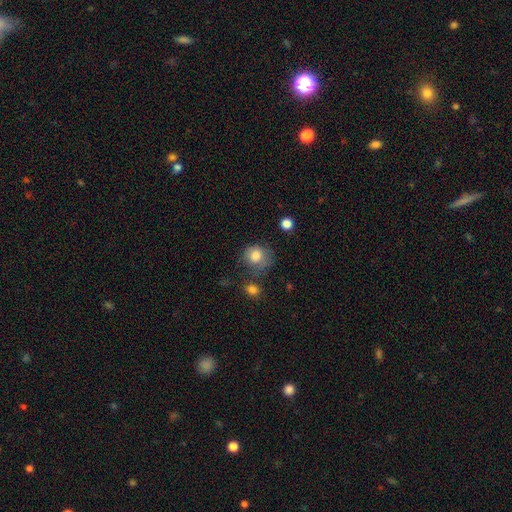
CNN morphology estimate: Smooth or featured?
  - smooth: 81% *
  - featured or disk: 10%
  - star or artifact: 9%
How rounded?
  - round: 74% *
  - in between: 25%
  - cigar-shaped: 1%
Merging?
  - none: 54% *
  - minor disturbance: 25%
  - major disturbance: 14%
  - merger: 8%